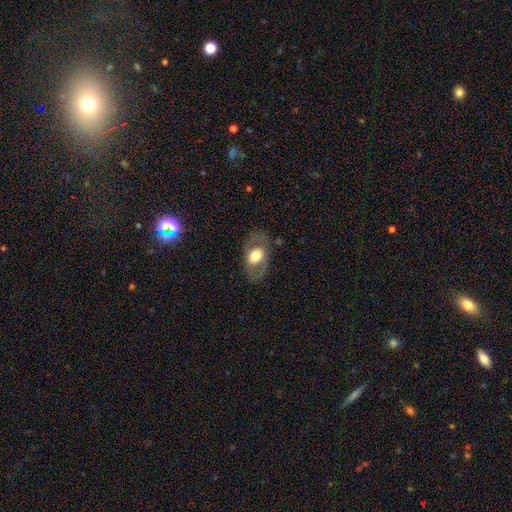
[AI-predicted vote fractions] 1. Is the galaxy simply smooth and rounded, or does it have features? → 47% featured or disk, 46% smooth, 7% star or artifact.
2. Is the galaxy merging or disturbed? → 75% none, 15% minor disturbance, 9% major disturbance, 1% merger.